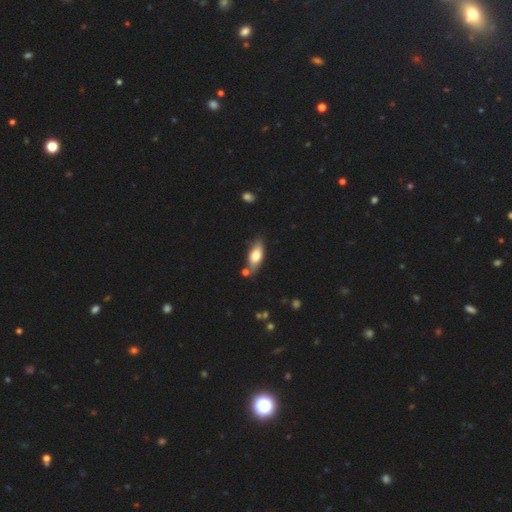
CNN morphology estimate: type=smooth (67%); roundness=in between (76%); merging=none (71%).